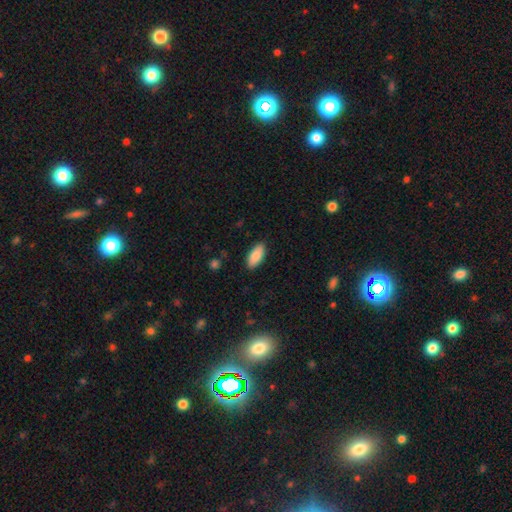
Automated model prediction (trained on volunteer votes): Smooth or featured?
  - smooth: 85% *
  - featured or disk: 9%
  - star or artifact: 6%
How rounded?
  - in between: 87% *
  - cigar-shaped: 11%
  - round: 2%
Merging?
  - none: 88% *
  - minor disturbance: 9%
  - major disturbance: 2%
  - merger: 1%